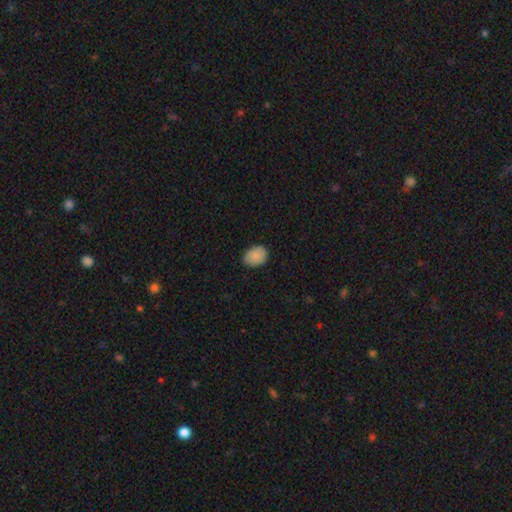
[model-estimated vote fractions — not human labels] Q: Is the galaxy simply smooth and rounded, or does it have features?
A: smooth — 89%.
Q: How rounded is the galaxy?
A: in between — 63%.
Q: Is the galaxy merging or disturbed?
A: none — 83%.